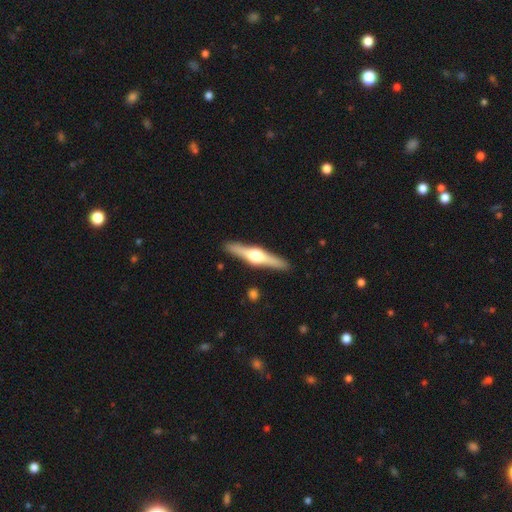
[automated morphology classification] Smooth or featured: featured or disk — 76% (smooth — 19%)
Edge-on disk: yes — 98% (no — 2%)
Edge-on bulge: rounded — 95% (boxy — 4%)
Merging: none — 91% (minor disturbance — 6%)